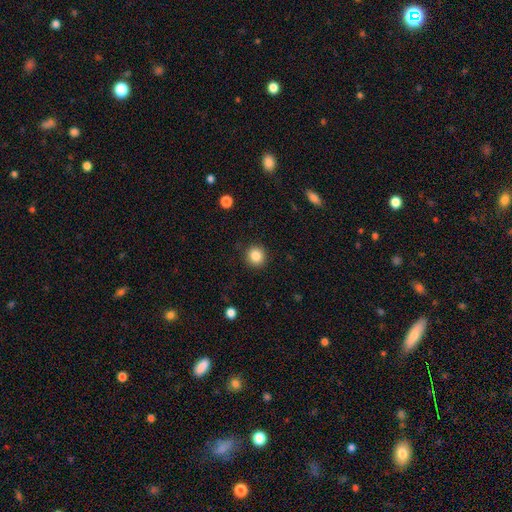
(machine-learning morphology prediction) Smooth or featured?
  - smooth: 85% *
  - star or artifact: 10%
  - featured or disk: 5%
How rounded?
  - round: 91% *
  - in between: 8%
  - cigar-shaped: 1%
Merging?
  - none: 90% *
  - minor disturbance: 6%
  - major disturbance: 2%
  - merger: 1%